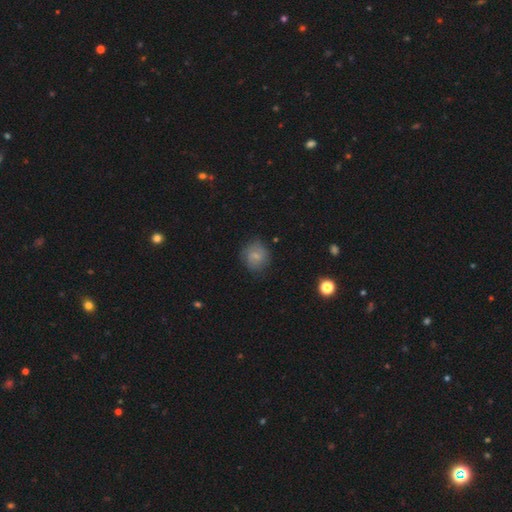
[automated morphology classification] Smooth or featured? smooth (73%)
How rounded? round (78%)
Merging? none (71%)